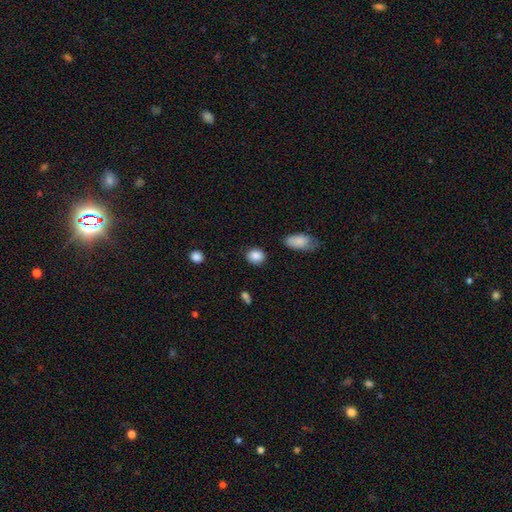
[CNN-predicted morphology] The model was most divided on "how rounded": round: 63%, in between: 36%, cigar-shaped: 1%. More confident: smooth or featured — smooth (87%); merging — none (83%).